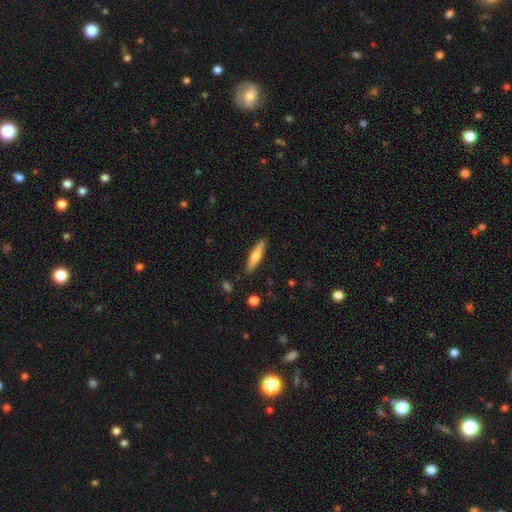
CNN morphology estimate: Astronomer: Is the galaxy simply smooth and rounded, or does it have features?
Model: smooth — 61%.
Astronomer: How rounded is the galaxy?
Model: cigar-shaped — 84%.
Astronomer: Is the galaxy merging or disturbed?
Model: none — 88%.